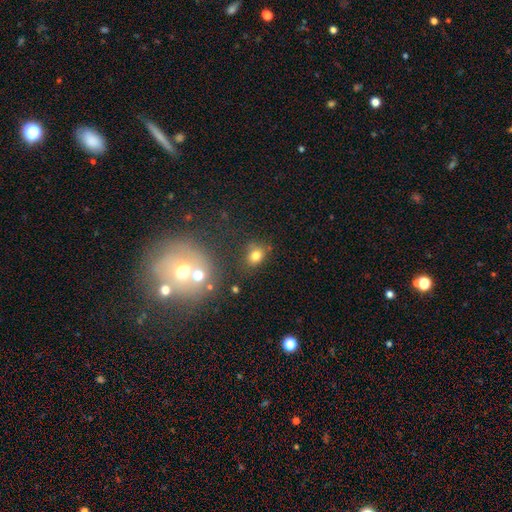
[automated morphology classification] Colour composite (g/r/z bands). It shows a smooth galaxy with no disk features (75%) that is round (52%). Merging: none (71%).